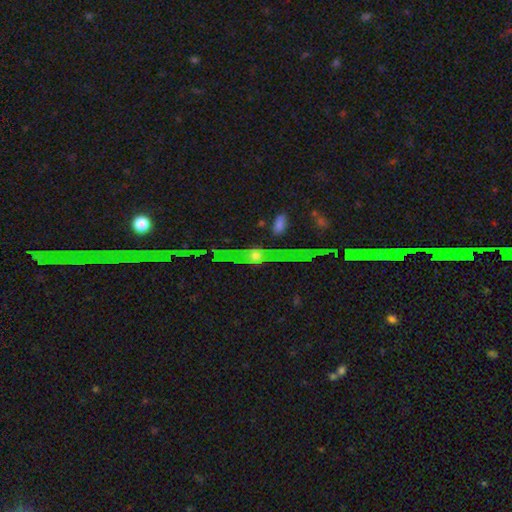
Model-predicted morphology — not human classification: Smooth or featured: featured or disk — 70% (star or artifact — 16%)
Edge-on disk: yes — 85% (no — 15%)
Edge-on bulge: rounded — 91% (none — 5%)
Merging: none — 76% (minor disturbance — 13%)